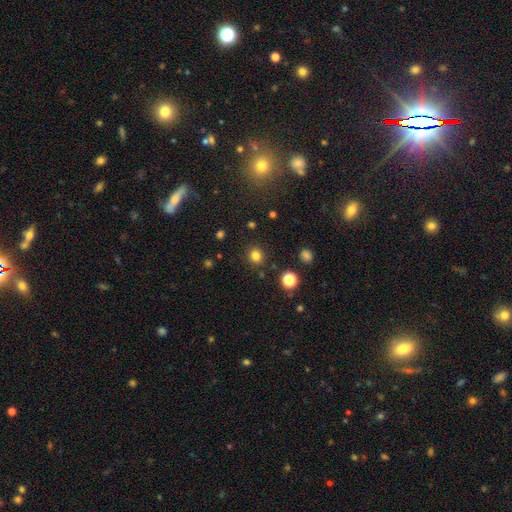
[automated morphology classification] Smooth or featured?
  - smooth: 81% *
  - star or artifact: 14%
  - featured or disk: 5%
How rounded?
  - round: 86% *
  - in between: 13%
  - cigar-shaped: 1%
Merging?
  - none: 89% *
  - minor disturbance: 7%
  - major disturbance: 3%
  - merger: 2%